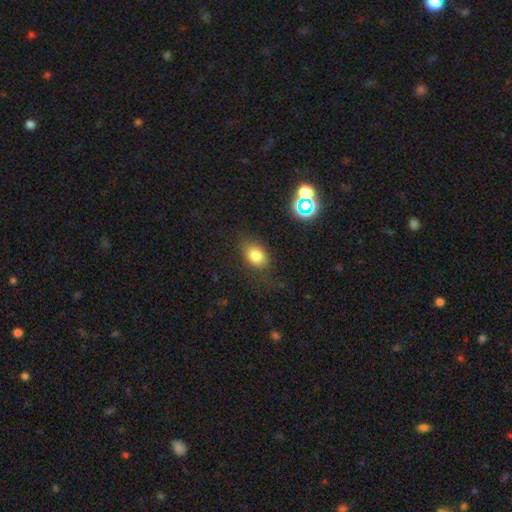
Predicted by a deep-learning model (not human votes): A smooth galaxy with no disk features (79%) that is in between round and cigar-shaped (65%).

Vote fractions:
- Smooth or featured? smooth: 79% / star or artifact: 13% / featured or disk: 9%
- How rounded? in between: 65% / round: 34% / cigar-shaped: 2%
- Merging? none: 71% / minor disturbance: 19% / major disturbance: 8% / merger: 2%